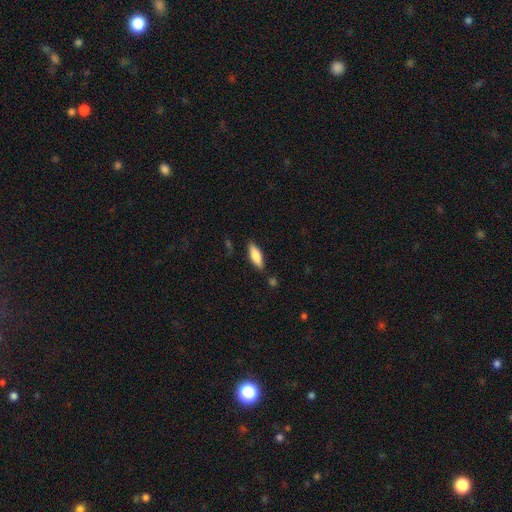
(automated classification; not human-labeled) Overall: smooth (79%). How rounded: in between (56%; cigar-shaped 42%). Merging: none (82%).